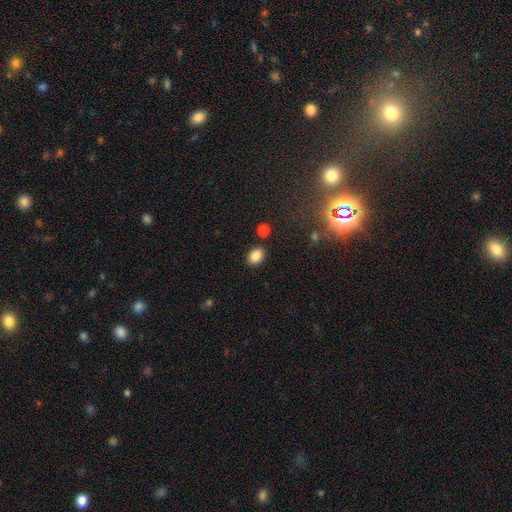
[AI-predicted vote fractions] smooth 86%, star or artifact 9%, featured or disk 5%. Down the decision tree: how rounded — in between (75%); merging — none (83%).